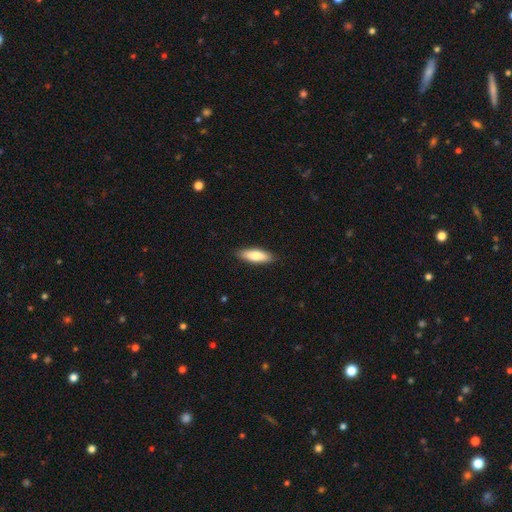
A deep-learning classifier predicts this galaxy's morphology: type=smooth (78%); roundness=in between (55%); merging=none (88%).